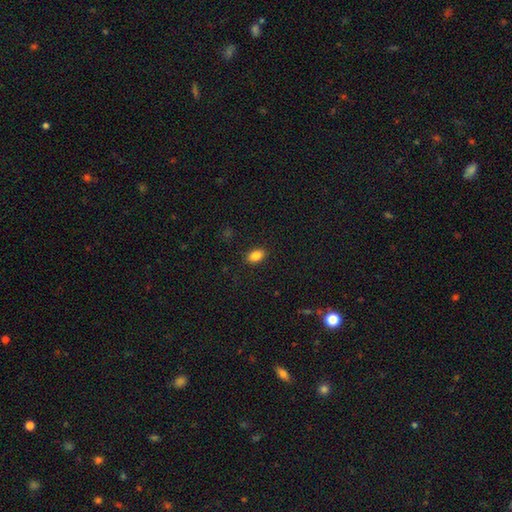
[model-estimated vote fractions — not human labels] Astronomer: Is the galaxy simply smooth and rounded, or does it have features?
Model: smooth — 85%.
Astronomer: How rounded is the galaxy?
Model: in between — 87%.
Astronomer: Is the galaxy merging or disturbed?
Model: none — 88%.